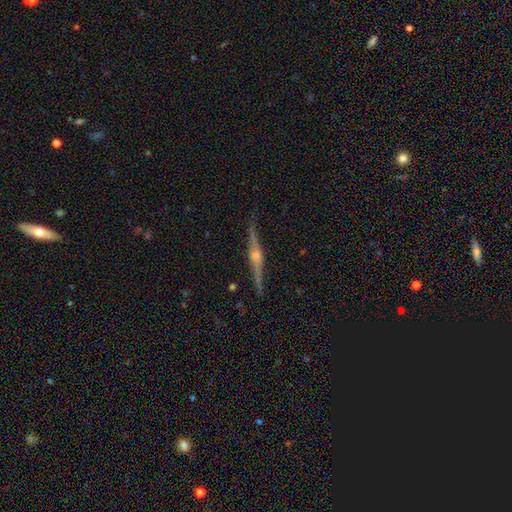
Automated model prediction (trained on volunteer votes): Smooth or featured?
  - featured or disk: 88% *
  - smooth: 6%
  - star or artifact: 5%
Edge-on disk?
  - yes: 99% *
  - no: 1%
Edge-on bulge?
  - rounded: 90% *
  - boxy: 6%
  - none: 3%
Merging?
  - none: 92% *
  - minor disturbance: 6%
  - major disturbance: 1%
  - merger: 1%